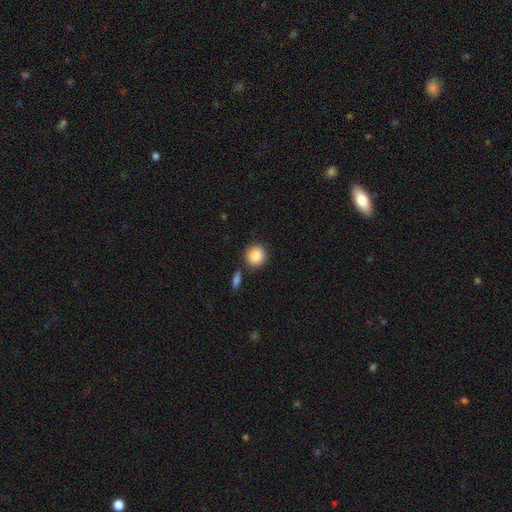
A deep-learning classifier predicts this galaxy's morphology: type=smooth (88%); roundness=round (88%); merging=none (83%).